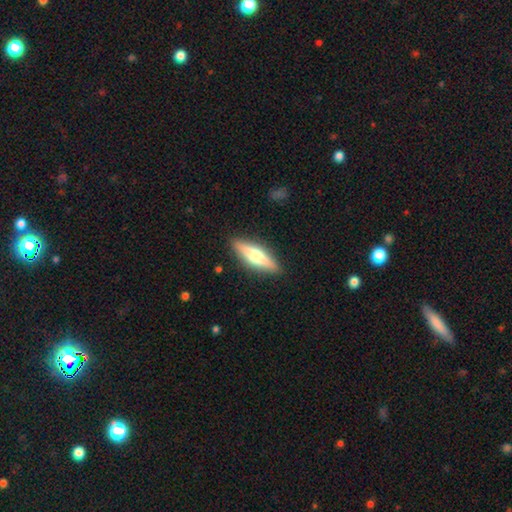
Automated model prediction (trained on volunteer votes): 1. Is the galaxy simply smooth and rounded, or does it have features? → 47% featured or disk (tied), 47% smooth (tied), 6% star or artifact.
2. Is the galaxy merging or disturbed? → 89% none, 8% minor disturbance, 2% major disturbance, 1% merger.